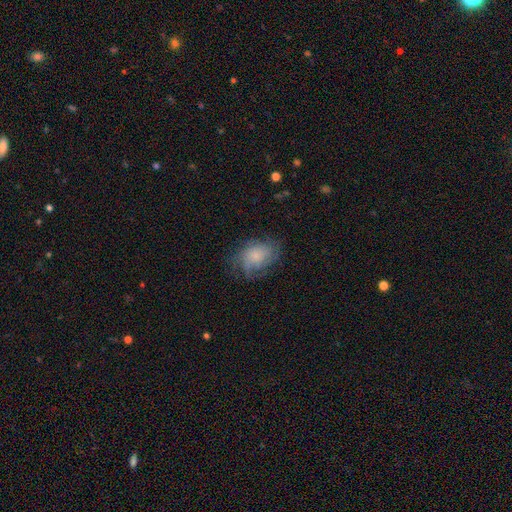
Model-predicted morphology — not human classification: The model was most divided on "smooth or featured": smooth: 49%, featured or disk: 41%, star or artifact: 10%. More confident: merging — none (59%).